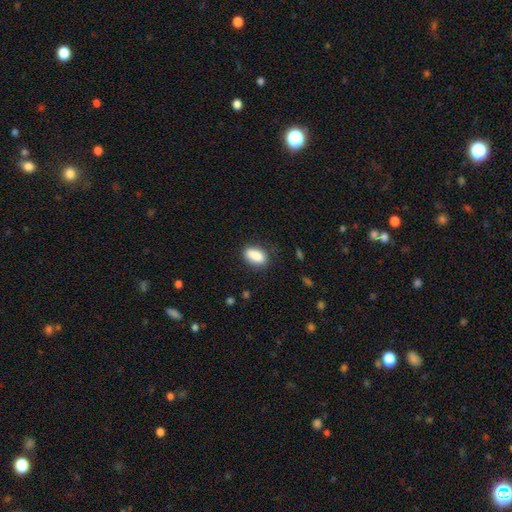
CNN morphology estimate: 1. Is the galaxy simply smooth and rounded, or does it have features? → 85% smooth, 8% star or artifact, 7% featured or disk.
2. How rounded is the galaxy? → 85% in between, 8% round, 7% cigar-shaped.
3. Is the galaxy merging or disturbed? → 74% none, 18% minor disturbance, 5% major disturbance, 3% merger.